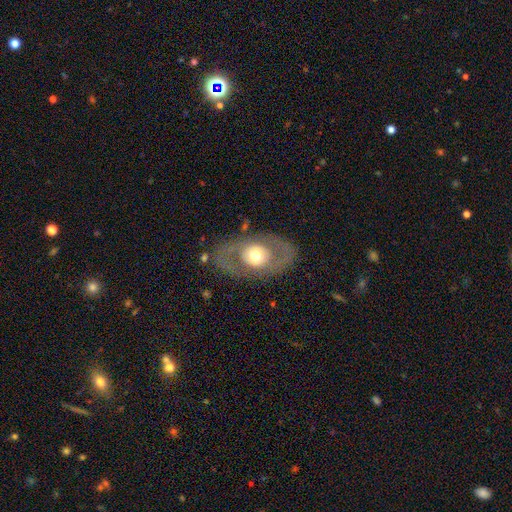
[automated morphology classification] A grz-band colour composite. It shows a featured or disk galaxy (57%) with no bar (85%), no spiral arms (81%) and a moderate central bulge (58%). Merging: none (78%).